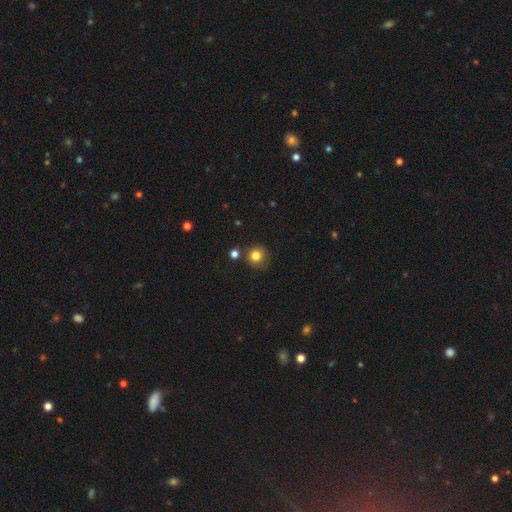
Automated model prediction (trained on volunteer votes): A smooth galaxy with no disk features (82%) that is round (93%).

Vote fractions:
- Smooth or featured? smooth: 82% / star or artifact: 12% / featured or disk: 6%
- How rounded? round: 93% / in between: 6% / cigar-shaped: 1%
- Merging? none: 80% / minor disturbance: 10% / merger: 6% / major disturbance: 3%